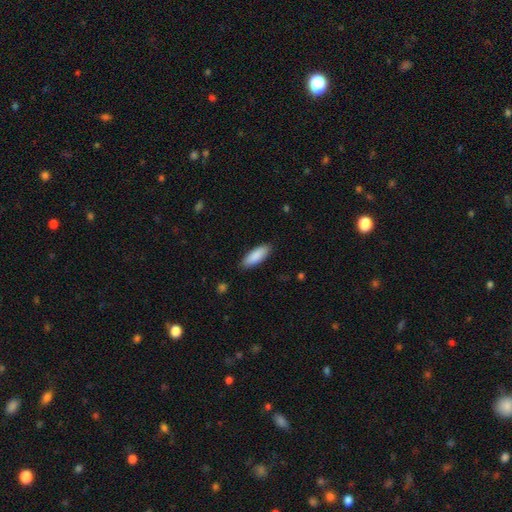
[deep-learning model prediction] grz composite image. It shows a smooth galaxy with no disk features (89%) that is in between round and cigar-shaped (69%). Merging: none (87%).